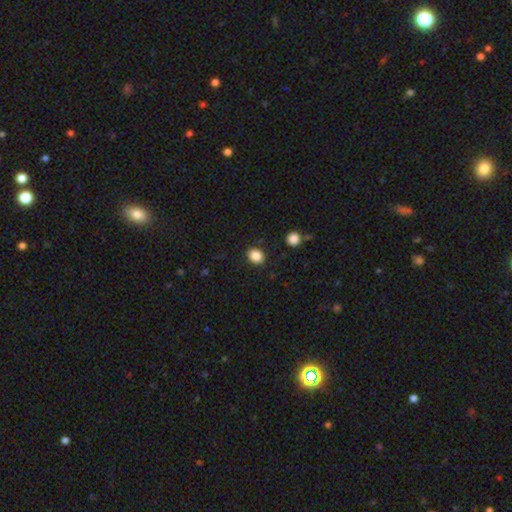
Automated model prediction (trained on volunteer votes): A smooth galaxy with no disk features (87%) that is in between round and cigar-shaped (54%). Merging: none (88%).